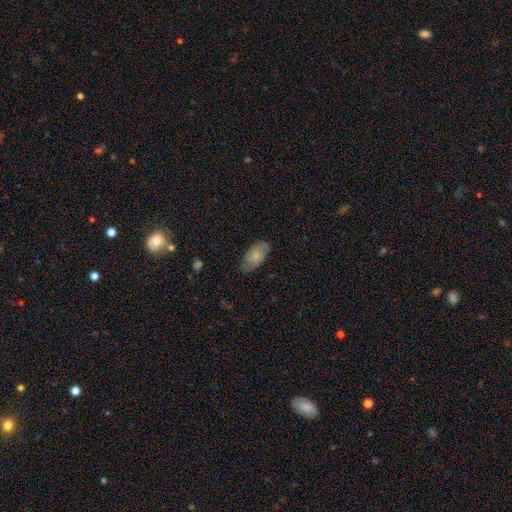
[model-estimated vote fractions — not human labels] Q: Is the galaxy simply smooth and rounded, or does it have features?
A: smooth — 74%.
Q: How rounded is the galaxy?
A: in between — 94%.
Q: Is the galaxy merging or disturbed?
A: none — 67%.